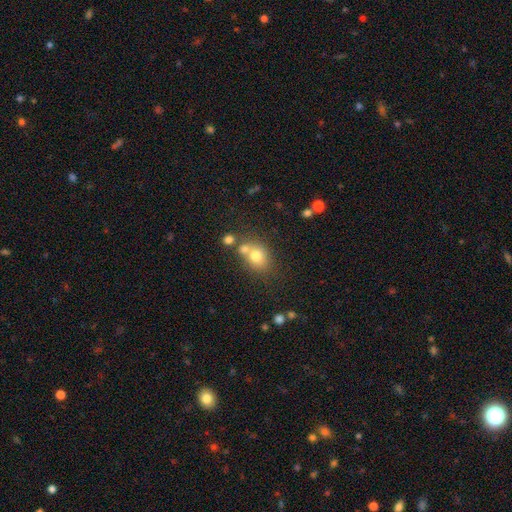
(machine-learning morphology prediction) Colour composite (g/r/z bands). It shows a smooth galaxy with no disk features (74%) that is round (56%). Merging: none (49%).